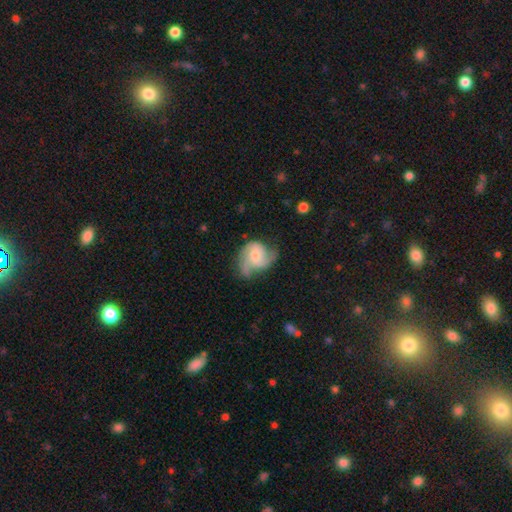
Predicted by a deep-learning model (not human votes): smooth-or-featured: featured or disk: 75% | smooth: 19% | star or artifact: 6%
  disk-edge-on: no: 98% | yes: 2%
    bar: no: 62% | weak: 32% | strong: 6%
    has-spiral-arms: yes: 94% | no: 6%
      spiral-winding: medium: 51% | loose: 27% | tight: 22%
      spiral-arm-count: 3: 48% | 2: 31% | can't tell: 9% | 1: 5% | 4: 5% | more than 4: 3%
    bulge-size: small: 44% | moderate: 43% | none: 8% | large: 4% | dominant: 1%
  merging: none: 52% | minor disturbance: 27% | major disturbance: 19% | merger: 2%